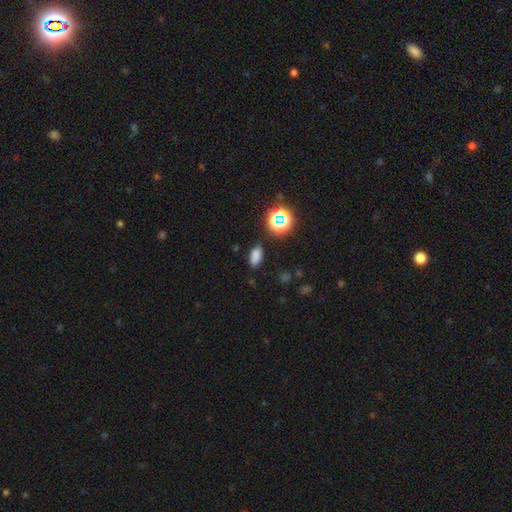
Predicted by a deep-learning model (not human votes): Smooth or featured?
  - smooth: 75% *
  - star or artifact: 20%
  - featured or disk: 5%
How rounded?
  - in between: 87% *
  - round: 8%
  - cigar-shaped: 5%
Merging?
  - none: 82% *
  - minor disturbance: 12%
  - major disturbance: 3%
  - merger: 3%